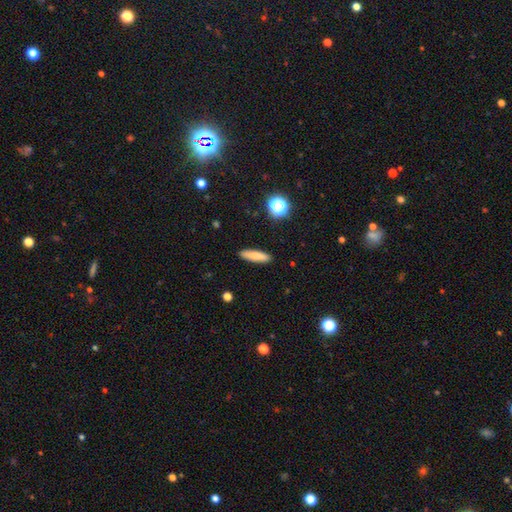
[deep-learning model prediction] Overall: smooth (80%). How rounded: cigar-shaped (74%). Merging: none (90%).